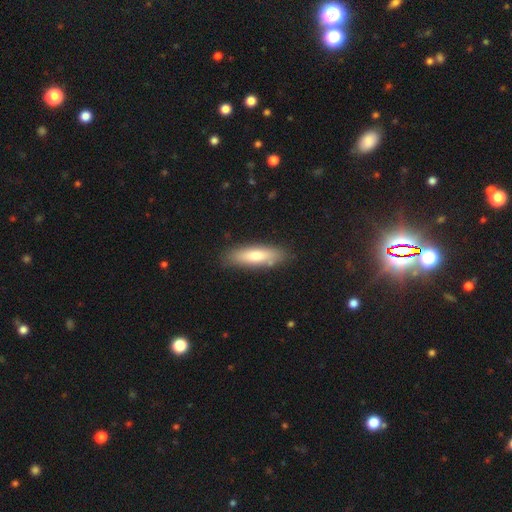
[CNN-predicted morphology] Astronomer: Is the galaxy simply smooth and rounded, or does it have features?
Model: smooth — 69%.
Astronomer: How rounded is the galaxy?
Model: cigar-shaped — 57% (runner-up: in between, 41%).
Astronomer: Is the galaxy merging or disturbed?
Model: none — 85%.